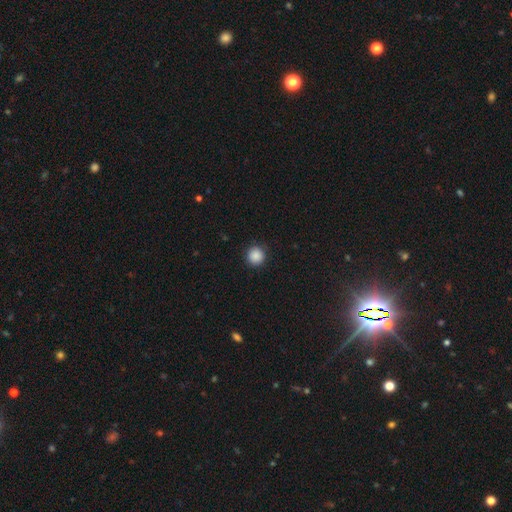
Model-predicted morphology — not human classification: Q: Smooth or featured?
A: smooth (88%); runner-up: star or artifact (9%)
Q: How rounded?
A: round (96%); runner-up: in between (3%)
Q: Merging?
A: none (92%); runner-up: minor disturbance (6%)